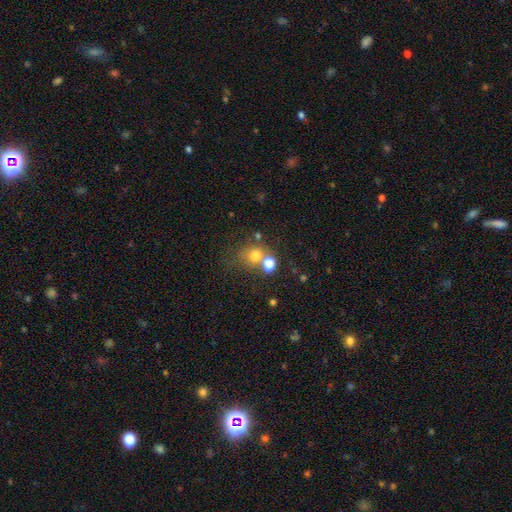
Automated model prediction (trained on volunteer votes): Overall: smooth (73%). How rounded: round (70%). Merging: none (49%; merger 33%).